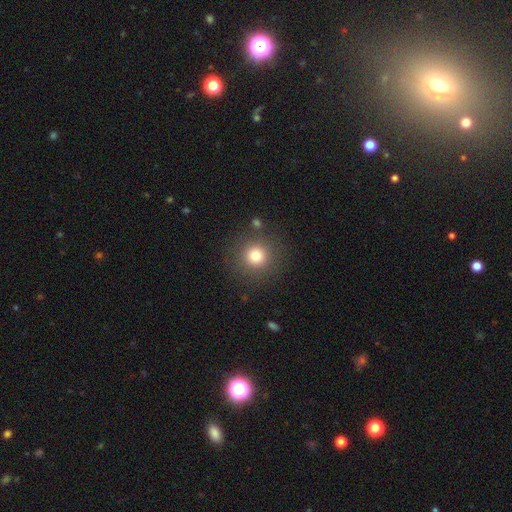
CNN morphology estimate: The model was most divided on "smooth or featured": smooth: 79%, star or artifact: 13%, featured or disk: 8%. More confident: how rounded — round (94%); merging — none (86%).